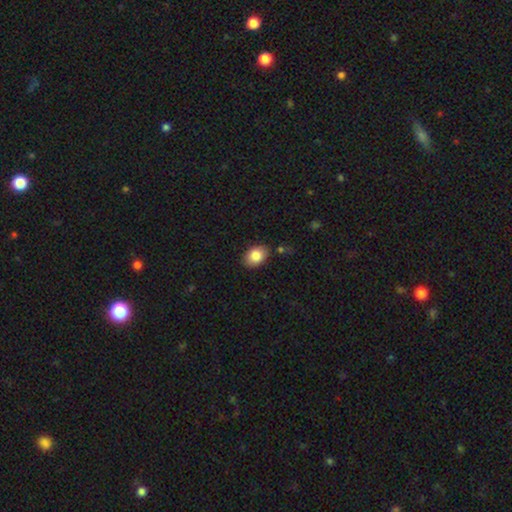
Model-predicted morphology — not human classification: type=smooth (85%); roundness=in between (78%); merging=none (83%).